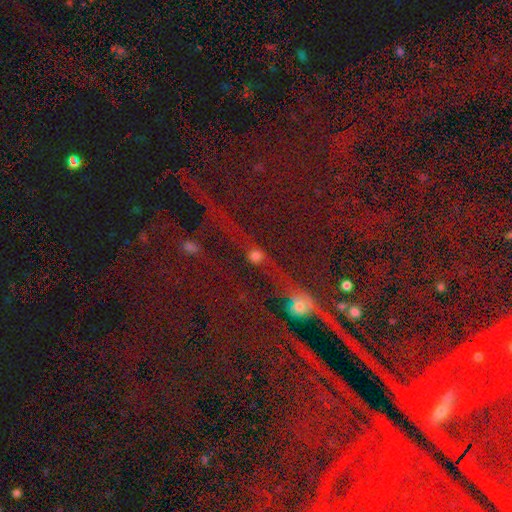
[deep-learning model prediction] smooth-or-featured: star or artifact: 59% | smooth: 26% | featured or disk: 15%